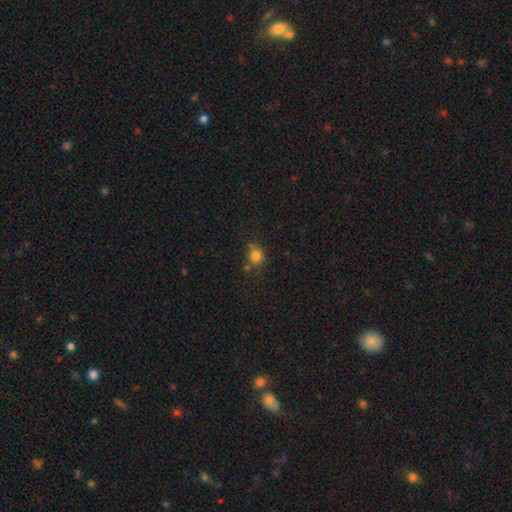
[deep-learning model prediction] smooth_or_featured: smooth (p=0.80) [alt: star or artifact p=0.14]
how_rounded: round (p=0.83) [alt: in between p=0.16]
merging: none (p=0.67) [alt: minor disturbance p=0.15]